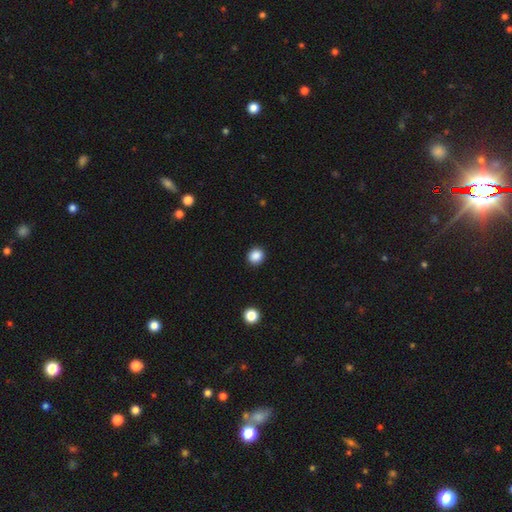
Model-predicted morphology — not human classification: Overall: smooth (87%). How rounded: round (83%). Merging: none (92%).